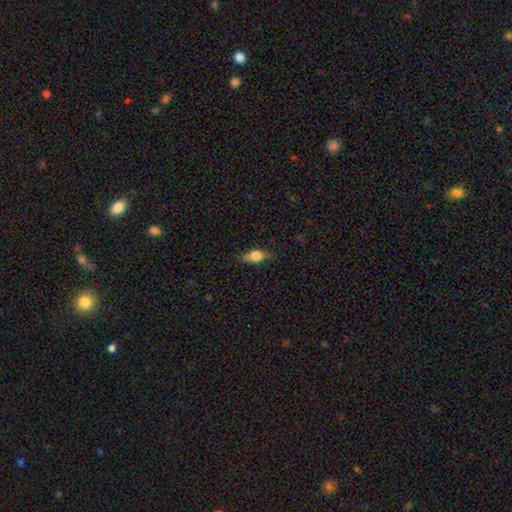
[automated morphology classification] smooth_or_featured: smooth (p=0.73) [alt: featured or disk p=0.18]
how_rounded: in between (p=0.78) [alt: round p=0.11]
merging: none (p=0.75) [alt: minor disturbance p=0.19]